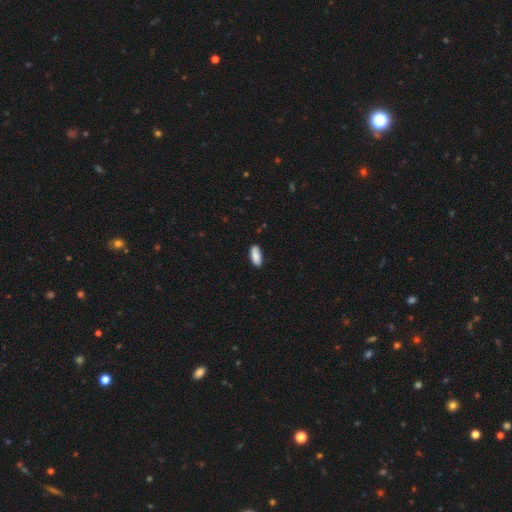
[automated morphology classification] Smooth or featured? Predicted: smooth (p=0.88). How rounded? Predicted: in between (p=0.82). Merging? Predicted: none (p=0.85).